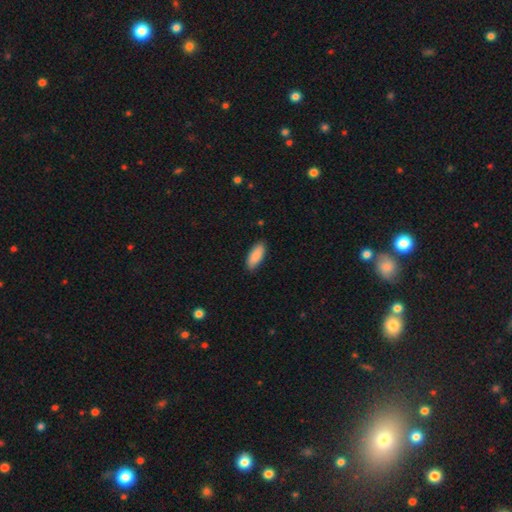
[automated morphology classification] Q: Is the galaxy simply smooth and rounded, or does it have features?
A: smooth — 89%.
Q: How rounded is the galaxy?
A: in between — 82%.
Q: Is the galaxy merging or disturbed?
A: none — 87%.